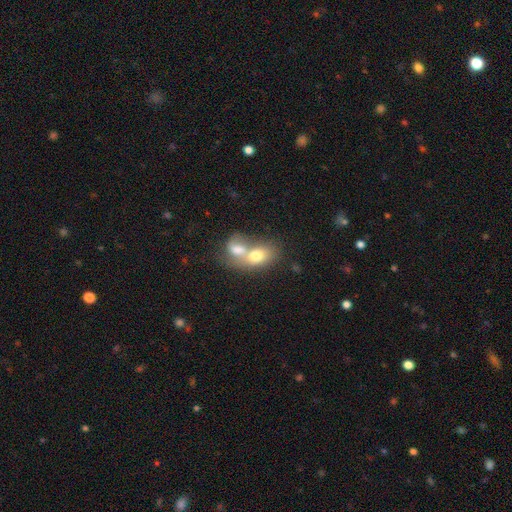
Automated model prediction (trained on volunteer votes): This is likely a smooth galaxy (68%). How rounded: likely in between (72%). Merging: likely merger (76%).